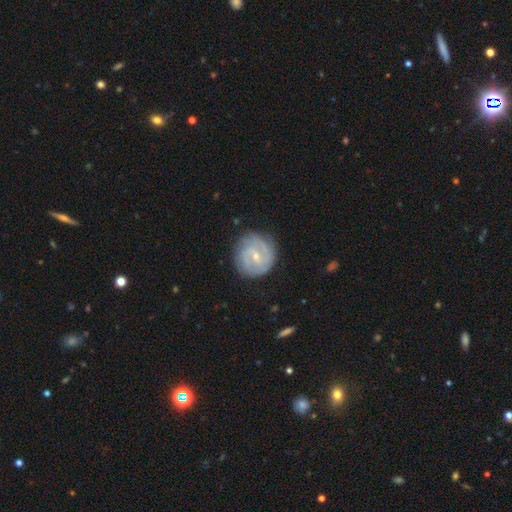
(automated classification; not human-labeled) smooth_or_featured: featured or disk (p=0.80) [alt: smooth p=0.15]
disk_edge_on: no (p=0.98) [alt: yes p=0.02]
bar: weak (p=0.56) [alt: no p=0.29]
has_spiral_arms: yes (p=0.92) [alt: no p=0.08]
spiral_winding: tight (p=0.57) [alt: medium p=0.34]
spiral_arm_count: 2 (p=0.54) [alt: can't tell p=0.20]
bulge_size: small (p=0.67) [alt: moderate p=0.30]
merging: none (p=0.80) [alt: minor disturbance p=0.14]